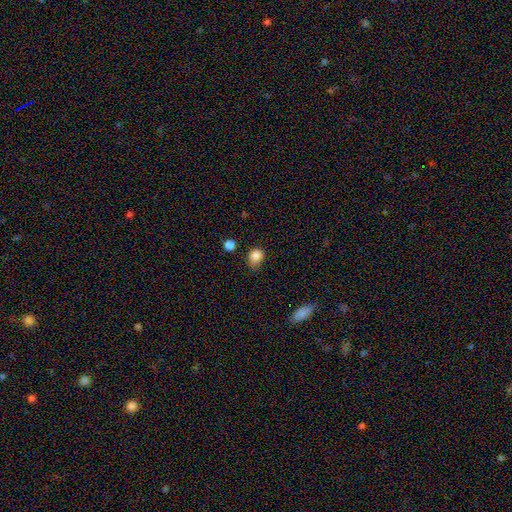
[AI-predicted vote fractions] Smooth or featured?
  - smooth: 85% *
  - star or artifact: 11%
  - featured or disk: 5%
How rounded?
  - round: 62% *
  - in between: 36%
  - cigar-shaped: 1%
Merging?
  - none: 51% *
  - minor disturbance: 36%
  - major disturbance: 9%
  - merger: 4%